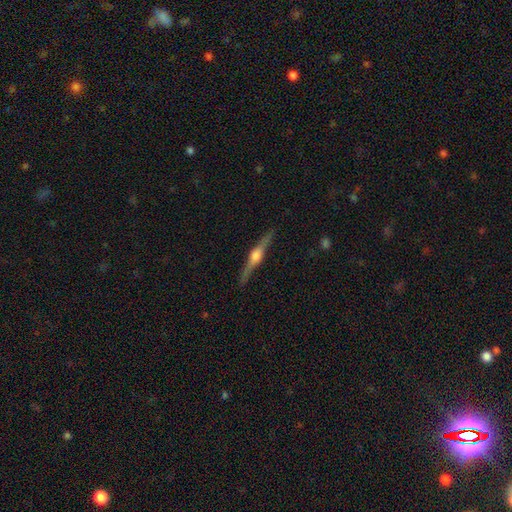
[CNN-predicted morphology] smooth-or-featured: featured or disk: 83% | smooth: 12% | star or artifact: 6%
  disk-edge-on: yes: 98% | no: 2%
    edge-on-bulge: rounded: 90% | boxy: 8% | none: 2%
  merging: none: 90% | minor disturbance: 7% | major disturbance: 2% | merger: 1%